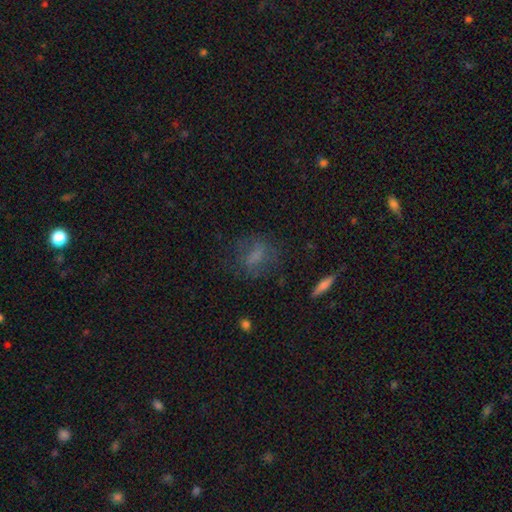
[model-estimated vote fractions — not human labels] A smooth galaxy with no disk features (60%) that is in between round and cigar-shaped (54%).

Vote fractions:
- Smooth or featured? smooth: 60% / featured or disk: 24% / star or artifact: 16%
- How rounded? in between: 54% / round: 33% / cigar-shaped: 14%
- Merging? none: 67% / minor disturbance: 18% / major disturbance: 13% / merger: 2%